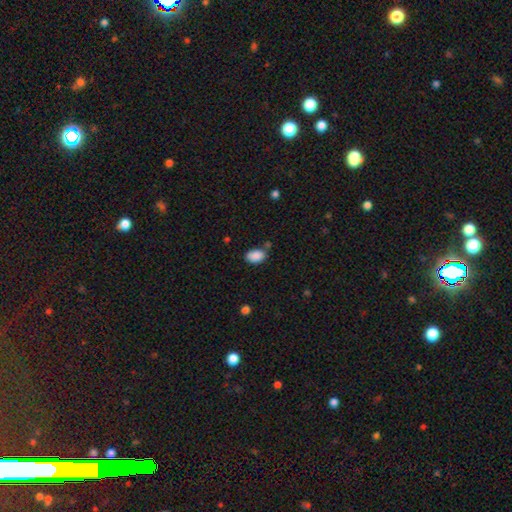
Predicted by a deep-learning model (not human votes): Q: Smooth or featured?
A: smooth (89%); runner-up: star or artifact (8%)
Q: How rounded?
A: in between (90%); runner-up: round (9%)
Q: Merging?
A: none (72%); runner-up: minor disturbance (17%)